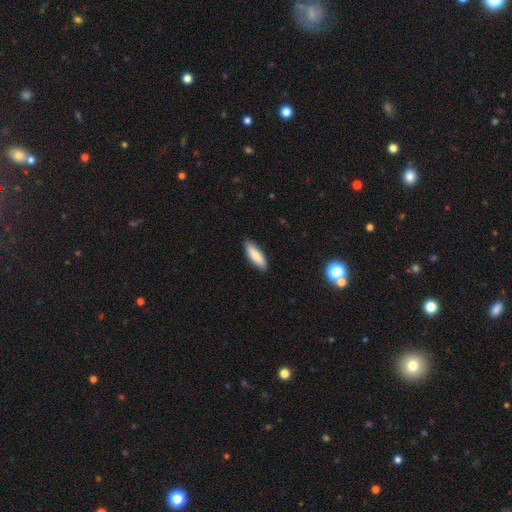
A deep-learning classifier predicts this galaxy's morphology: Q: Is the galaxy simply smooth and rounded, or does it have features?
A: smooth — 84%.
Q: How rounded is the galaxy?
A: in between — 53%.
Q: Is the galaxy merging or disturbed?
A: none — 87%.